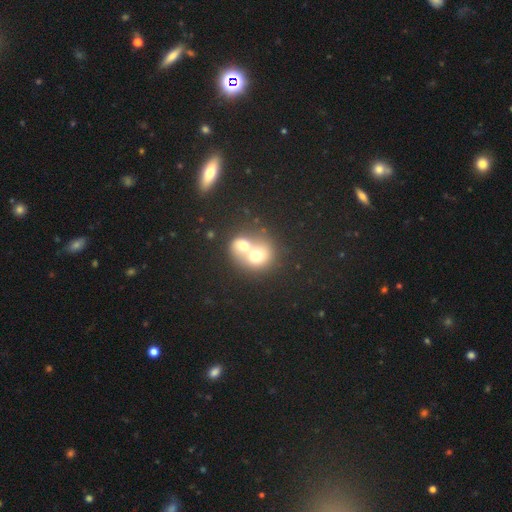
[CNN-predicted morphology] A smooth galaxy with no disk features (64%) that is round (67%). Merging: merger (76%).